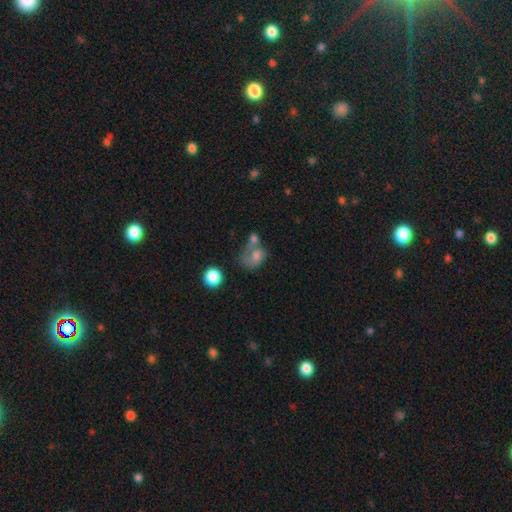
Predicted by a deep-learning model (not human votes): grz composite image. It shows a smooth galaxy with no disk features (63%) that is in between round and cigar-shaped (52%). Merging: merger (42%).